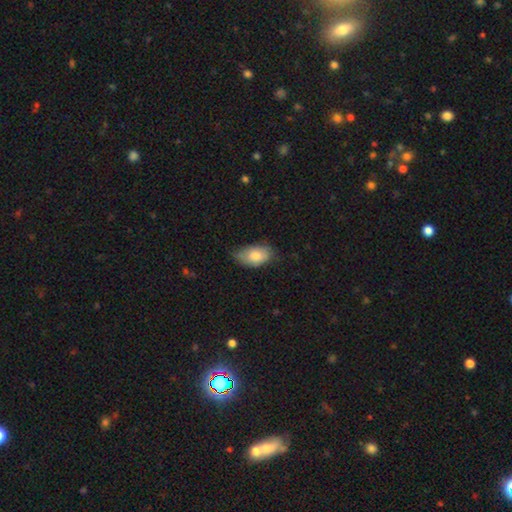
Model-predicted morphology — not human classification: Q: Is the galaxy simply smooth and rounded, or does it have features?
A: smooth — 80%.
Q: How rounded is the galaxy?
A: in between — 92%.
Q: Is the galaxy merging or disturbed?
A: none — 57%.